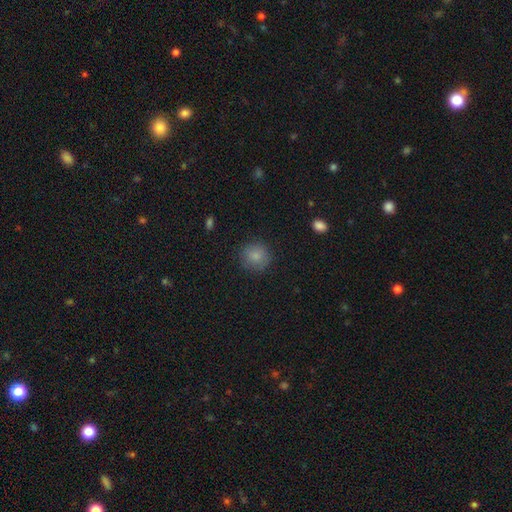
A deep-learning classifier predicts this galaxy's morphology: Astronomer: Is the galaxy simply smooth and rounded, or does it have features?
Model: smooth — 85%.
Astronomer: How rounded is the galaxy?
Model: round — 92%.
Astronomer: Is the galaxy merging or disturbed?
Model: none — 85%.